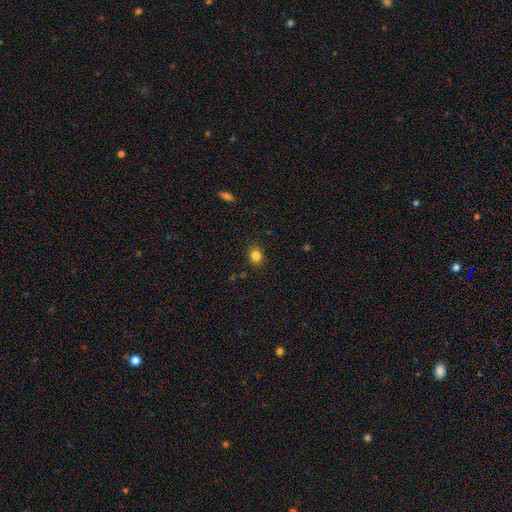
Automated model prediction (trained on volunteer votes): A smooth galaxy with no disk features (84%) that is round (62%). Merging: none (88%).